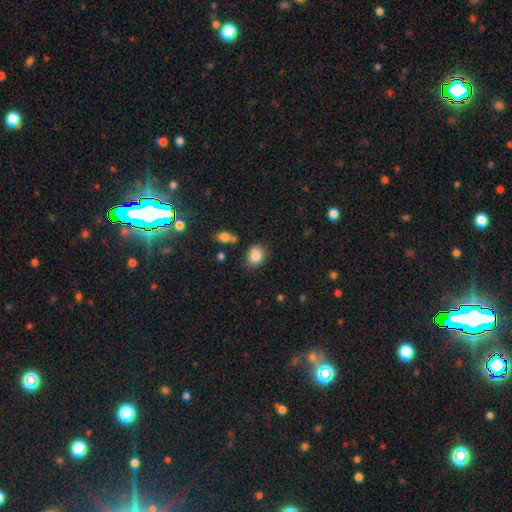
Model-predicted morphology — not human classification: Q: Smooth or featured?
A: smooth (86%); runner-up: star or artifact (9%)
Q: How rounded?
A: in between (60%); runner-up: round (39%)
Q: Merging?
A: none (76%); runner-up: minor disturbance (15%)